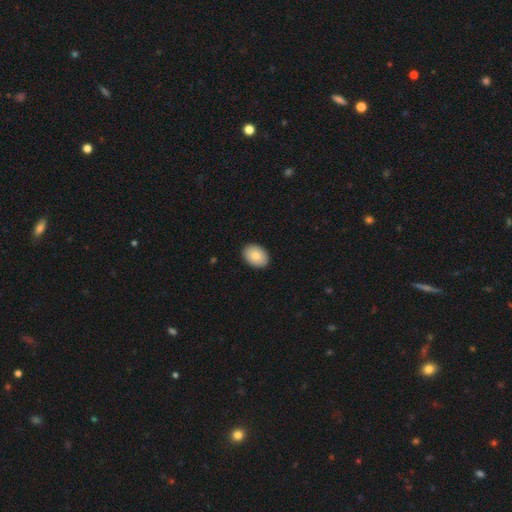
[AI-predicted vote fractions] This is clearly a smooth galaxy (83%). How rounded: clearly in between (80%). Merging: clearly none (91%).